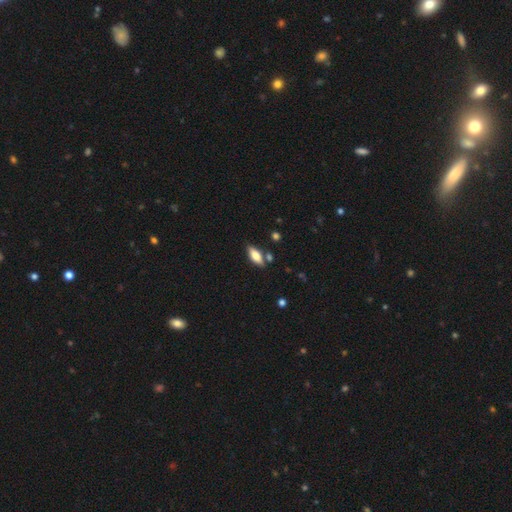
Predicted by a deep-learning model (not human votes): Q: Smooth or featured?
A: smooth (69%); runner-up: featured or disk (24%)
Q: How rounded?
A: in between (75%); runner-up: cigar-shaped (23%)
Q: Merging?
A: none (78%); runner-up: minor disturbance (13%)